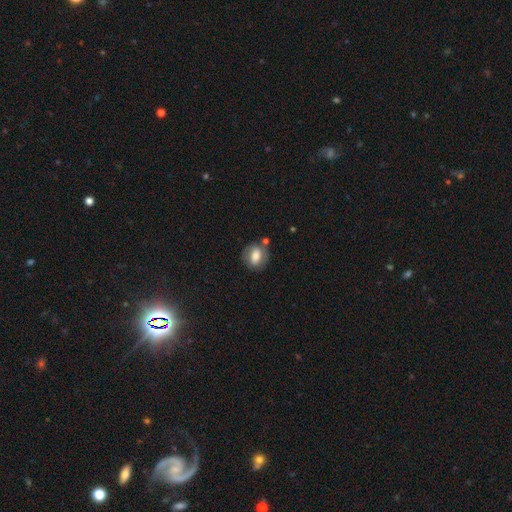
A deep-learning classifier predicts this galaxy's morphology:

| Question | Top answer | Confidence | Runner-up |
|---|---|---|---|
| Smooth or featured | smooth | 63% | featured or disk (28%) |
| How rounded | in between | 52% | round (47%) |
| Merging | none | 66% | minor disturbance (18%) |